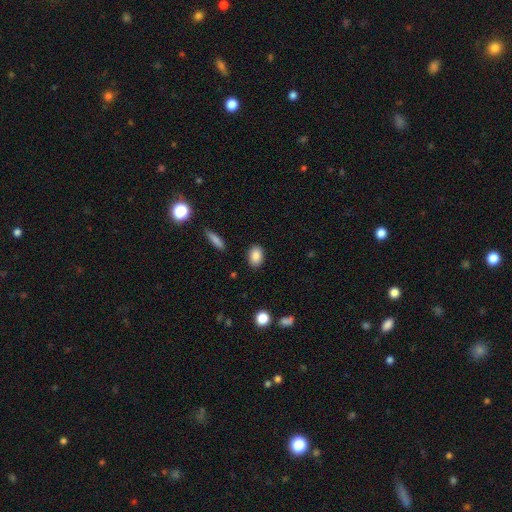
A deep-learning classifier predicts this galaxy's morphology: smooth-or-featured: smooth: 87% | star or artifact: 8% | featured or disk: 5%
  how-rounded: in between: 81% | round: 18% | cigar-shaped: 2%
  merging: none: 88% | minor disturbance: 8% | major disturbance: 2% | merger: 1%